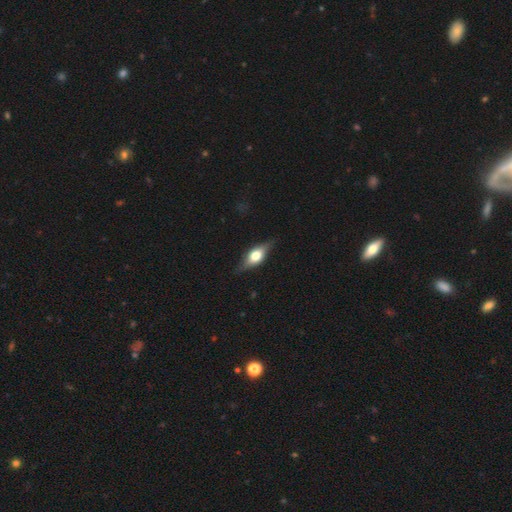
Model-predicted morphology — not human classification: This appears to be a featured or disk galaxy (50%). Merging: none (80%).